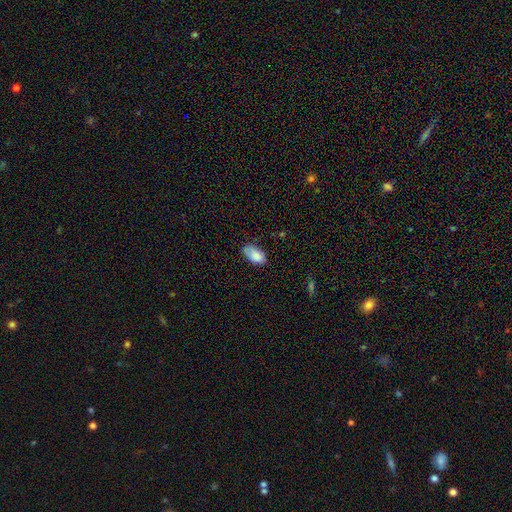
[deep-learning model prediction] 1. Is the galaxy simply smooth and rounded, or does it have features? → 86% smooth, 7% star or artifact, 7% featured or disk.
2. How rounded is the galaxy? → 93% in between, 4% round, 2% cigar-shaped.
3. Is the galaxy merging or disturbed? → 64% none, 28% minor disturbance, 5% major disturbance, 2% merger.